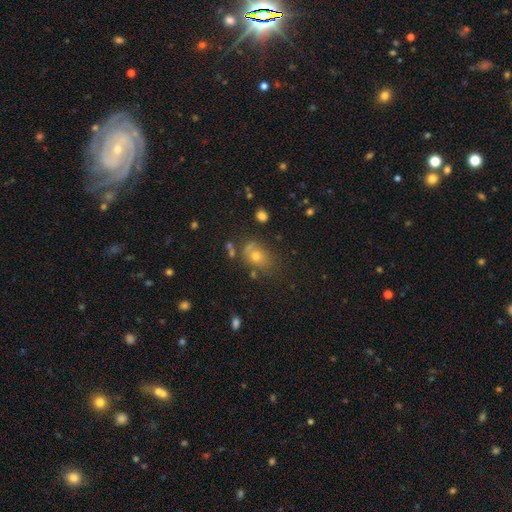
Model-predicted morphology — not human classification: smooth 62%, star or artifact 20%, featured or disk 18%. Down the decision tree: how rounded — in between (59%); merging — none (59%).